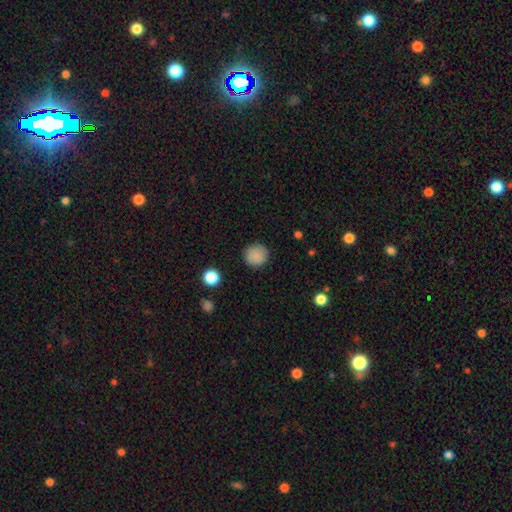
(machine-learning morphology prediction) Smooth or featured?
  - smooth: 87% *
  - star or artifact: 9%
  - featured or disk: 4%
How rounded?
  - round: 93% *
  - in between: 6%
  - cigar-shaped: 1%
Merging?
  - none: 89% *
  - minor disturbance: 8%
  - major disturbance: 2%
  - merger: 1%